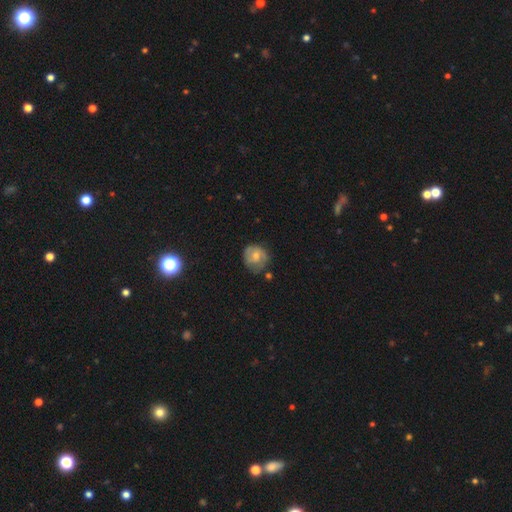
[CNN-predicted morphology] The model was most divided on "bulge size": moderate: 57%, small: 36%, large: 3%, none: 3%, dominant: 1%. More confident: edge-on disk — no (97%); spiral arms — yes (84%); merging — none (67%); bar — no (60%); smooth or featured — featured or disk (60%).